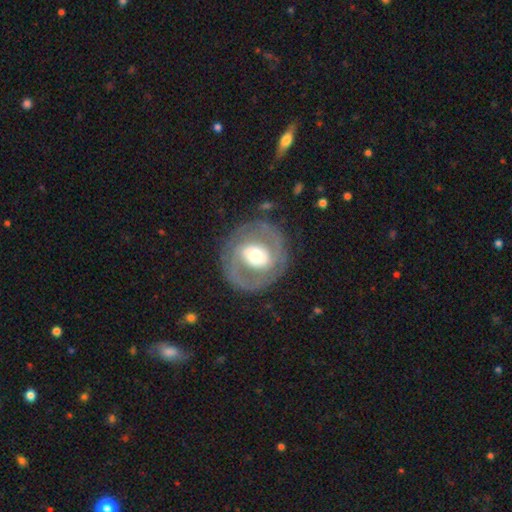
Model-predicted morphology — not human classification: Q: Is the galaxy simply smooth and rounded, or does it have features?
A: featured or disk — 68%.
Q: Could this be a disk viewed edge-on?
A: no — 96%.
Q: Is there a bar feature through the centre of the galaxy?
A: no — 56%.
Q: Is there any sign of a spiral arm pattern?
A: yes — 52%.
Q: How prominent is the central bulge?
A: moderate — 61%.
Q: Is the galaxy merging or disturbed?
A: none — 78%.